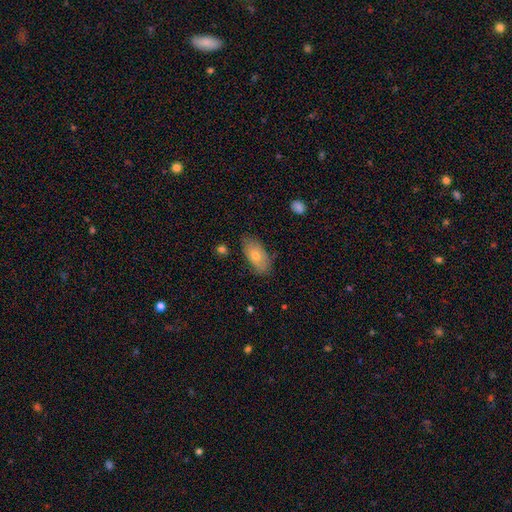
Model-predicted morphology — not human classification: The model was most divided on "smooth or featured": smooth: 67%, featured or disk: 25%, star or artifact: 8%. More confident: how rounded — in between (90%); merging — none (80%).